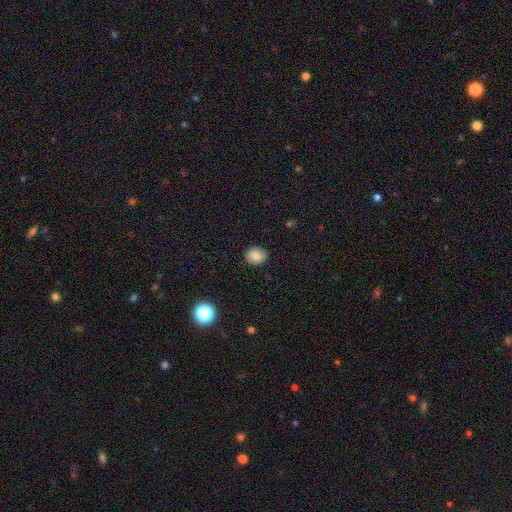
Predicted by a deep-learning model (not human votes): The model was most divided on "how rounded": round: 55%, in between: 44%, cigar-shaped: 1%. More confident: merging — none (87%); smooth or featured — smooth (80%).